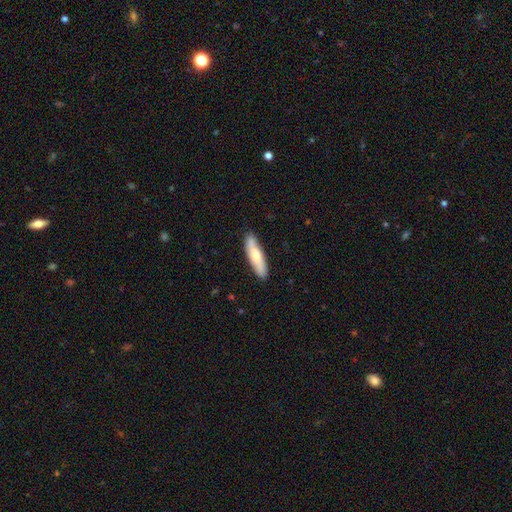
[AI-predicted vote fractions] This is likely a smooth galaxy (67%). How rounded: likely cigar-shaped (71%). Merging: clearly none (86%).